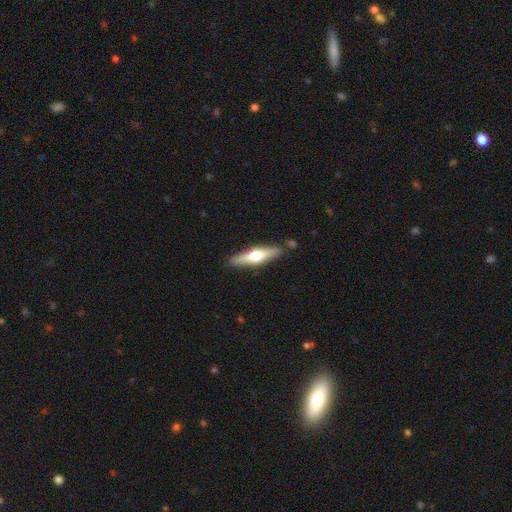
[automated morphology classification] Smooth or featured? featured or disk (52%)
Edge-on disk? yes (92%)
Merging? none (86%)